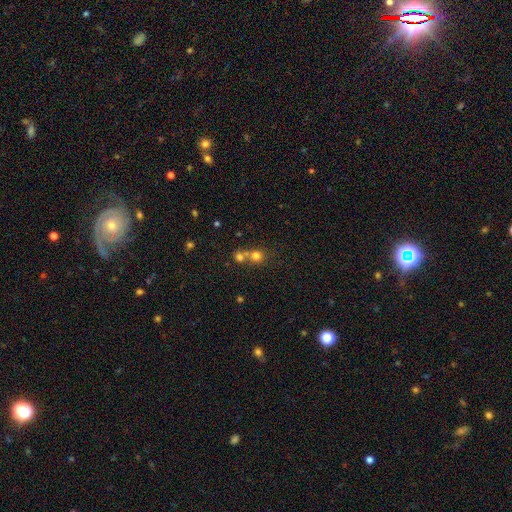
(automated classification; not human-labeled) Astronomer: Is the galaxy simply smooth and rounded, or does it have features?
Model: smooth — 74%.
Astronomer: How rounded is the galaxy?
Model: round — 86%.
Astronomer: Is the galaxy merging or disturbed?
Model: merger — 51% (runner-up: none, 41%).